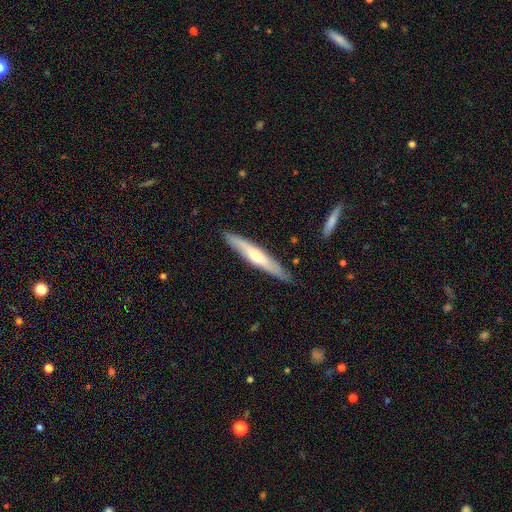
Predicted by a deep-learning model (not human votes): Smooth or featured: featured or disk — 51% (smooth — 44%)
Edge-on disk: yes — 85% (no — 15%)
Merging: none — 84% (minor disturbance — 12%)